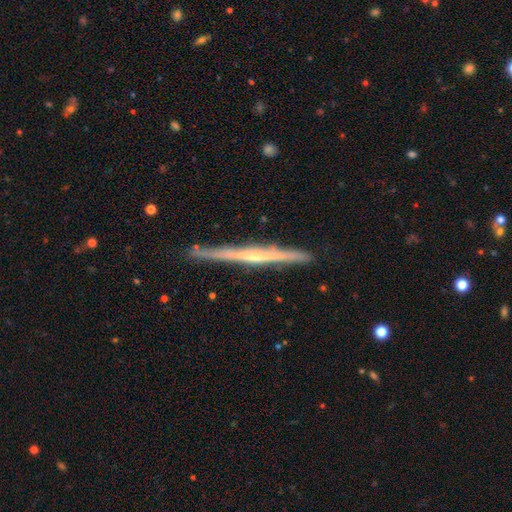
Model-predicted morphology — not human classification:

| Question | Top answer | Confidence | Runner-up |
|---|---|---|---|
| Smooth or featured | featured or disk | 76% | smooth (19%) |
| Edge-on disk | yes | 98% | no (2%) |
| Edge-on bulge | none | 57% | rounded (35%) |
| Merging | none | 88% | minor disturbance (9%) |